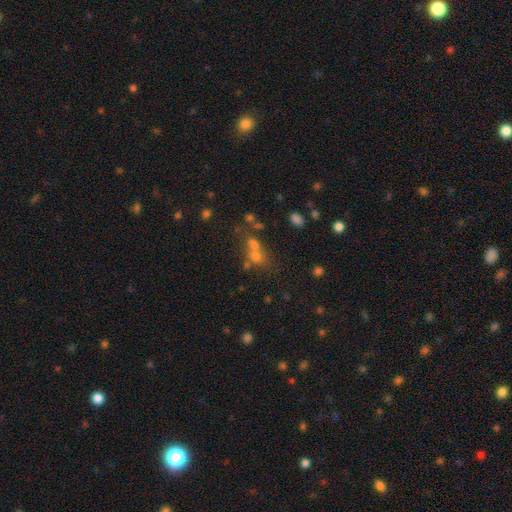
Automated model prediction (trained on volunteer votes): This appears to be a smooth galaxy with no disk features (55%) that is round (70%). Merging: merger (50%).